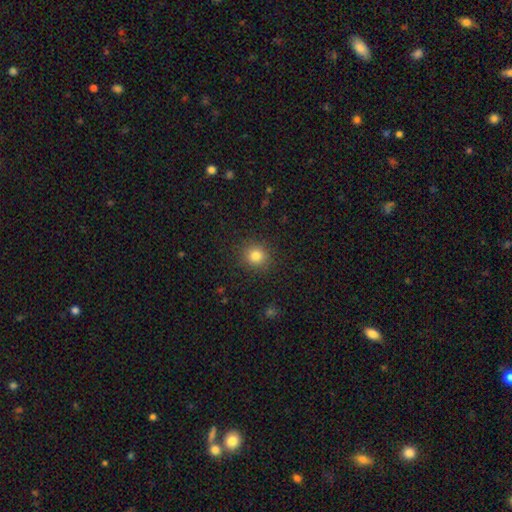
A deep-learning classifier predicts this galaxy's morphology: Q: Smooth or featured?
A: smooth (81%); runner-up: star or artifact (13%)
Q: How rounded?
A: round (88%); runner-up: in between (11%)
Q: Merging?
A: none (89%); runner-up: minor disturbance (7%)